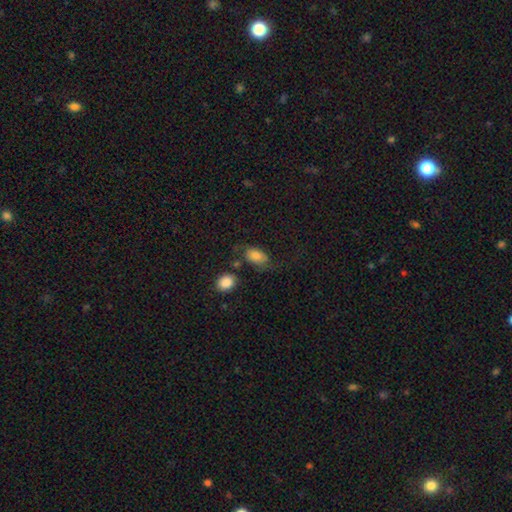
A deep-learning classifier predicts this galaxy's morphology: Smooth or featured: smooth — 75% (featured or disk — 16%)
How rounded: in between — 86% (round — 11%)
Merging: none — 51% (minor disturbance — 23%)